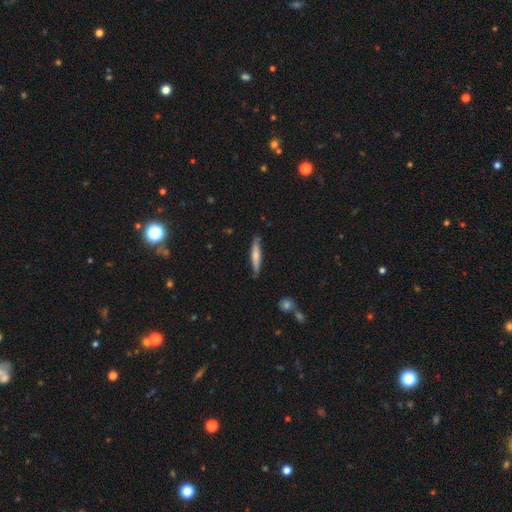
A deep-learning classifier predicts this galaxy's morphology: smooth_or_featured: smooth (p=0.61) [alt: featured or disk p=0.34]
how_rounded: cigar-shaped (p=0.91) [alt: in between p=0.07]
merging: none (p=0.84) [alt: minor disturbance p=0.13]